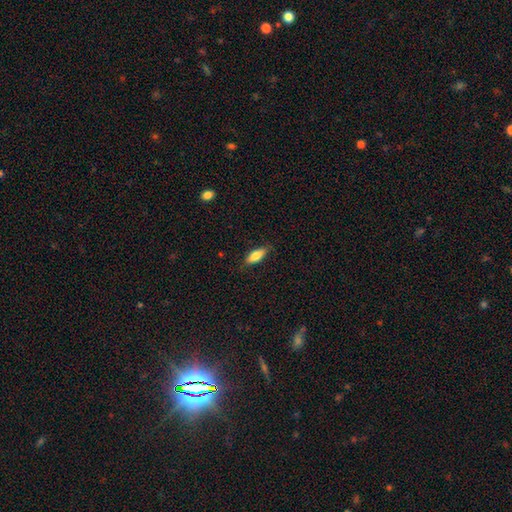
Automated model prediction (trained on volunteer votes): smooth_or_featured: smooth (p=0.78) [alt: featured or disk p=0.16]
how_rounded: in between (p=0.68) [alt: cigar-shaped p=0.29]
merging: none (p=0.81) [alt: minor disturbance p=0.15]